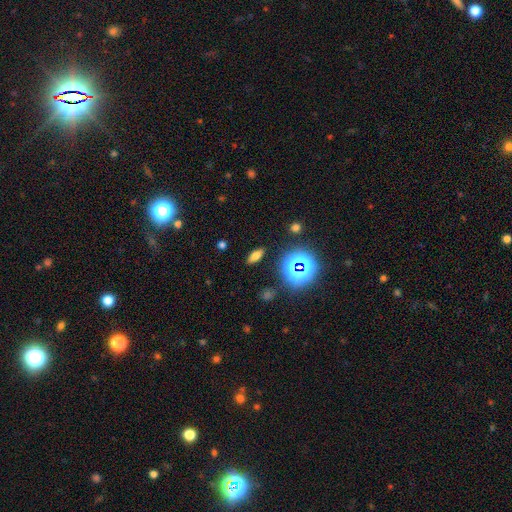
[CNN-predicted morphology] smooth_or_featured: smooth (p=0.60) [alt: star or artifact p=0.24]
how_rounded: in between (p=0.63) [alt: cigar-shaped p=0.27]
merging: none (p=0.87) [alt: minor disturbance p=0.08]